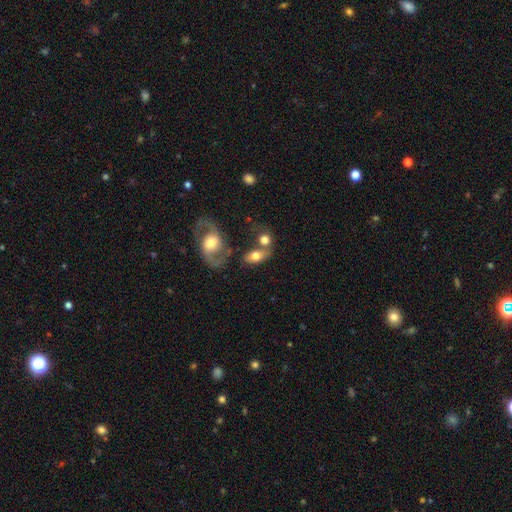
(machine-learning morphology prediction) Smooth or featured: smooth — 59% (featured or disk — 33%)
How rounded: in between — 81% (round — 15%)
Merging: none — 50% (merger — 28%)